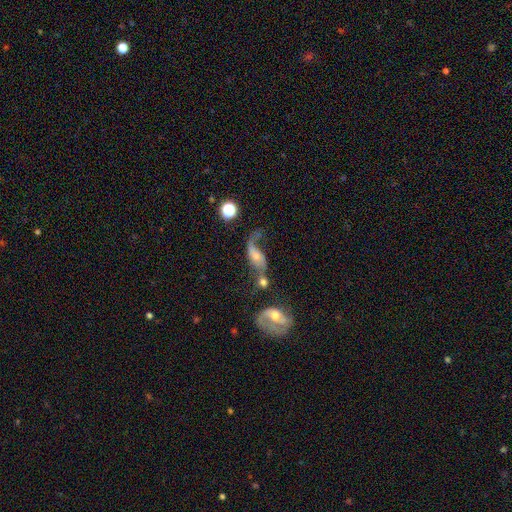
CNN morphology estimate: Smooth or featured: featured or disk — 76% (smooth — 14%)
Edge-on disk: no — 94% (yes — 6%)
Bar: no — 58% (weak — 31%)
Spiral arms: yes — 89% (no — 11%)
Spiral winding: loose — 79% (medium — 16%)
Spiral arm count: 2 — 76% (1 — 17%)
Bulge size: small — 47% (moderate — 44%)
Merging: merger — 34% (none — 29%)